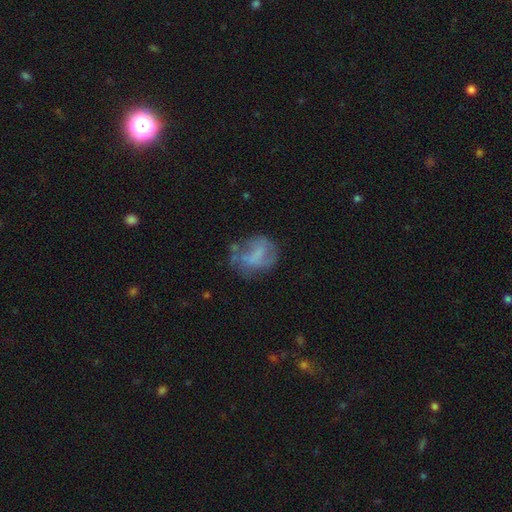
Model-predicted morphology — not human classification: Overall: featured or disk (45%; smooth 44%). Merging: none (45%; minor disturbance 26%).